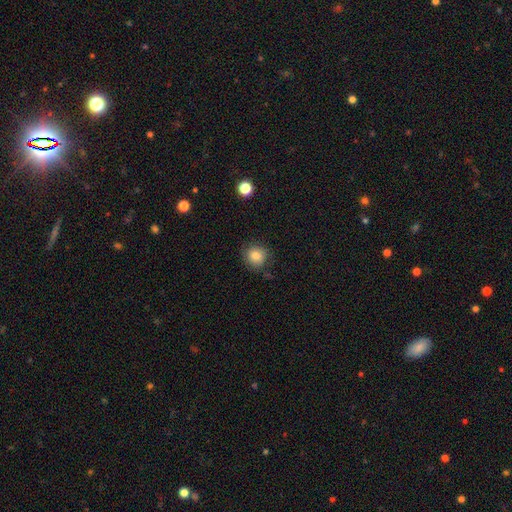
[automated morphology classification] This appears to be a smooth galaxy with no disk features (83%) that is round (87%). Merging: none (79%).